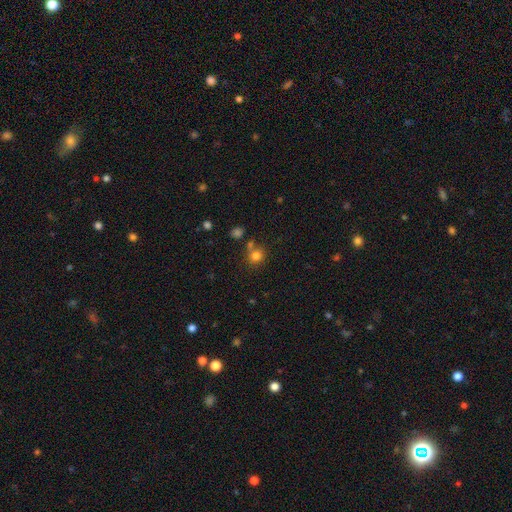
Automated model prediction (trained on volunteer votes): This is likely a smooth galaxy (79%). How rounded: clearly round (84%). Merging: likely none (65%).